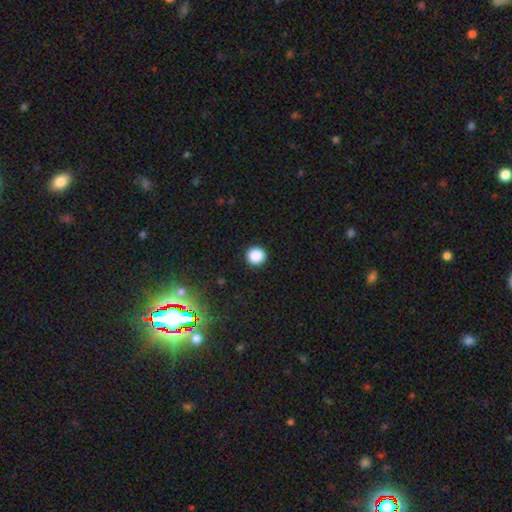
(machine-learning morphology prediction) The model was most divided on "smooth or featured": smooth: 87%, star or artifact: 10%, featured or disk: 3%. More confident: how rounded — round (95%); merging — none (92%).